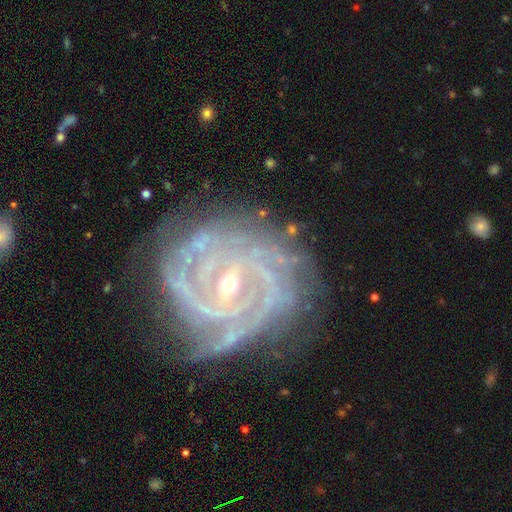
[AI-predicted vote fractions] The model was most divided on "spiral arm count": 2: 24%, 3: 21%, can't tell: 20%, 4: 17%, more than 4: 10%, 1: 7%. Remaining: spiral arms — yes (97%); edge-on disk — no (97%); smooth or featured — featured or disk (91%); spiral winding — tight (75%); merging — none (73%); bulge size — small (67%); bar — weak (42%).